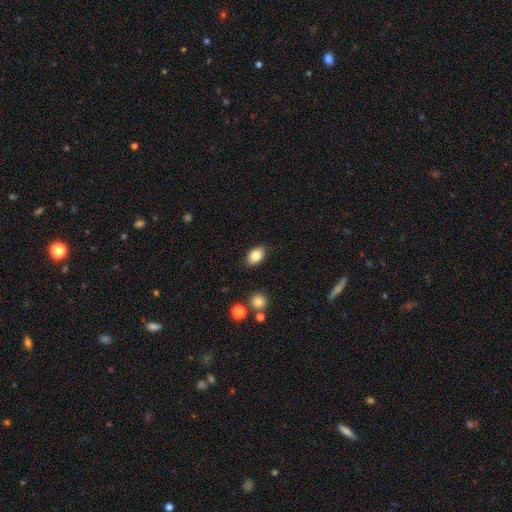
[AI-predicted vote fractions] Smooth or featured: smooth — 85% (star or artifact — 9%)
How rounded: in between — 83% (round — 15%)
Merging: none — 85% (minor disturbance — 11%)